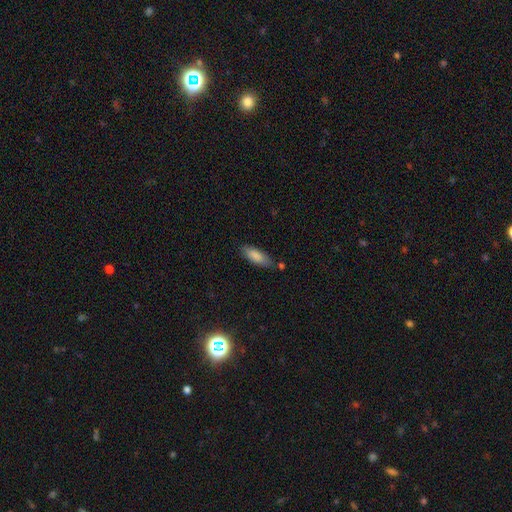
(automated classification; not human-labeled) A smooth galaxy with no disk features (85%) that is in between round and cigar-shaped (66%). Merging: none (74%).